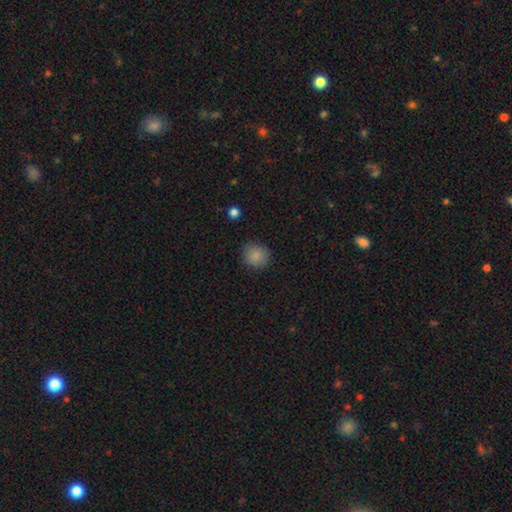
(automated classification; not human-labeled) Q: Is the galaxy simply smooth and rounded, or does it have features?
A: smooth — 85%.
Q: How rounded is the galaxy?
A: round — 82%.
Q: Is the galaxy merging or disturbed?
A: none — 82%.